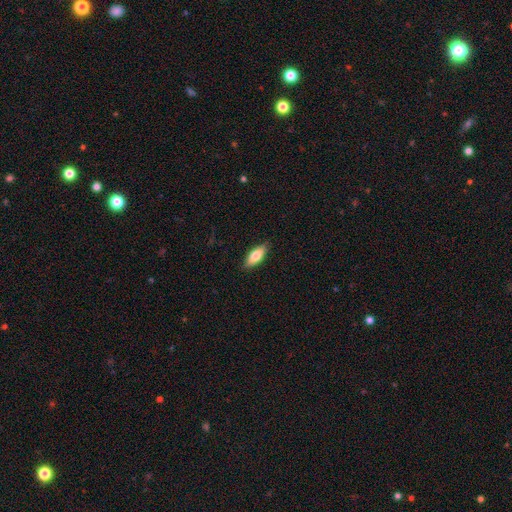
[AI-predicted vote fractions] smooth-or-featured: smooth: 77% | featured or disk: 17% | star or artifact: 6%
  how-rounded: in between: 75% | cigar-shaped: 23% | round: 2%
  merging: none: 88% | minor disturbance: 10% | major disturbance: 2% | merger: 1%